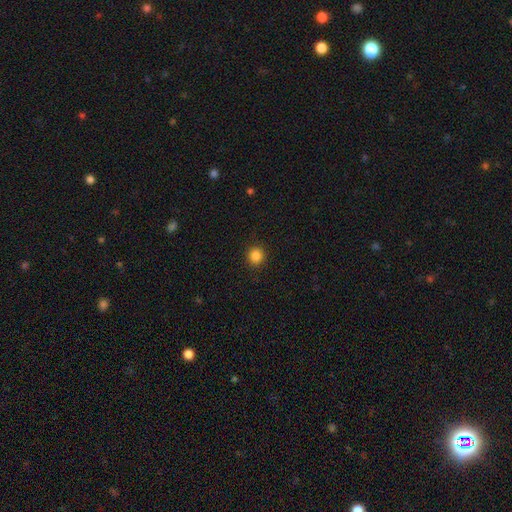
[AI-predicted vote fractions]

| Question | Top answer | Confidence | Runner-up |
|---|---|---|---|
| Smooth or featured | smooth | 86% | star or artifact (11%) |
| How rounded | round | 91% | in between (8%) |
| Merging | none | 92% | minor disturbance (5%) |